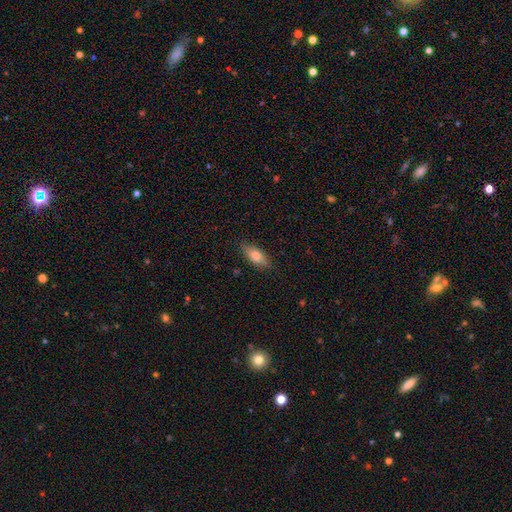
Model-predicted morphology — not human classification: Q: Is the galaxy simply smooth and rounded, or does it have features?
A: smooth — 76%.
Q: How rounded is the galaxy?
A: in between — 80%.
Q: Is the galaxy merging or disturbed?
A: none — 84%.